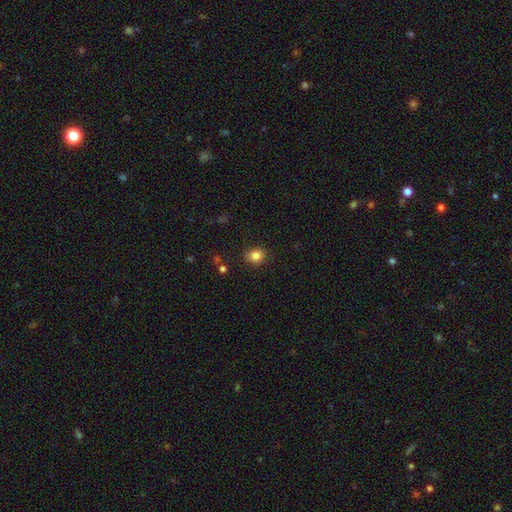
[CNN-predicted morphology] This appears to be a smooth galaxy with no disk features (83%) that is round (67%). Merging: none (87%).